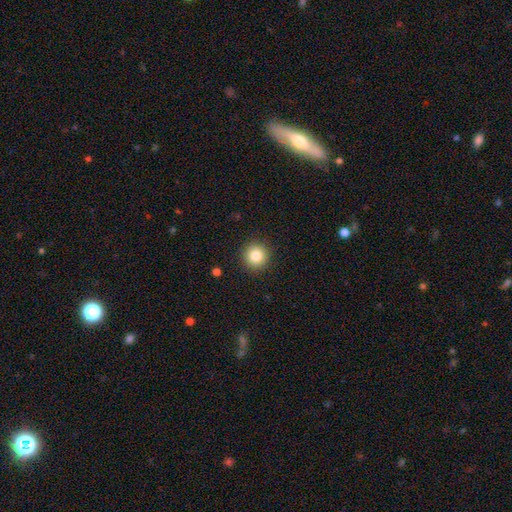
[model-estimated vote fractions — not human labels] Smooth or featured? smooth (84%)
How rounded? round (94%)
Merging? none (91%)